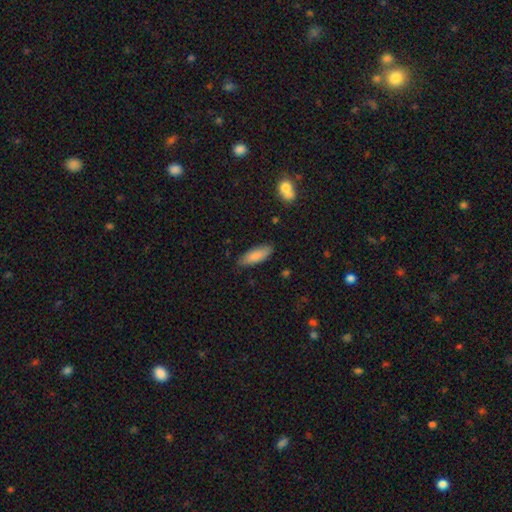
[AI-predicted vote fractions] Smooth or featured? Predicted: smooth (p=0.84). How rounded? Predicted: in between (p=0.65). Merging? Predicted: none (p=0.83).